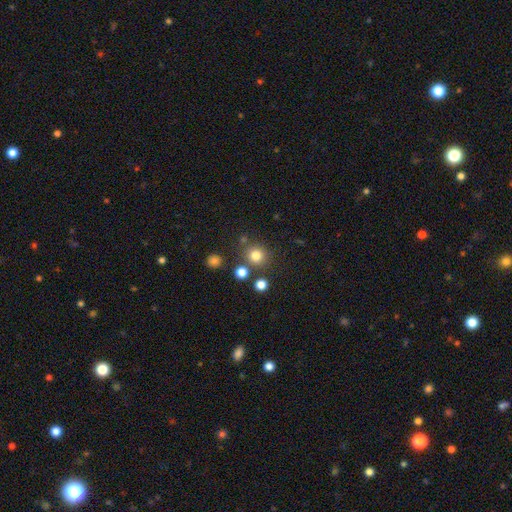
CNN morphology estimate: smooth 79%, star or artifact 15%, featured or disk 6%. Down the decision tree: how rounded — round (91%); merging — none (79%).